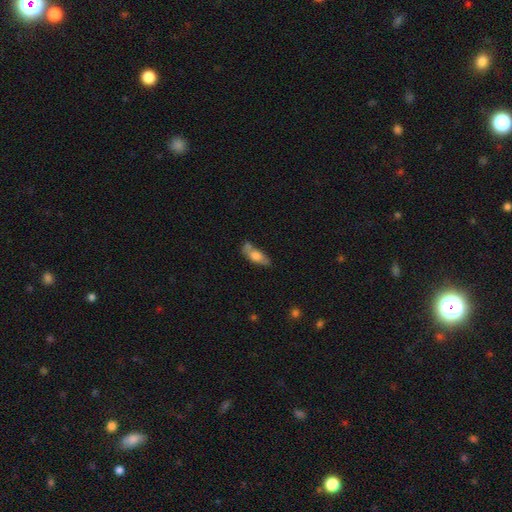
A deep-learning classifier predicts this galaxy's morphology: This is likely a smooth galaxy (63%). How rounded: likely in between (72%). Merging: possibly none (51%).